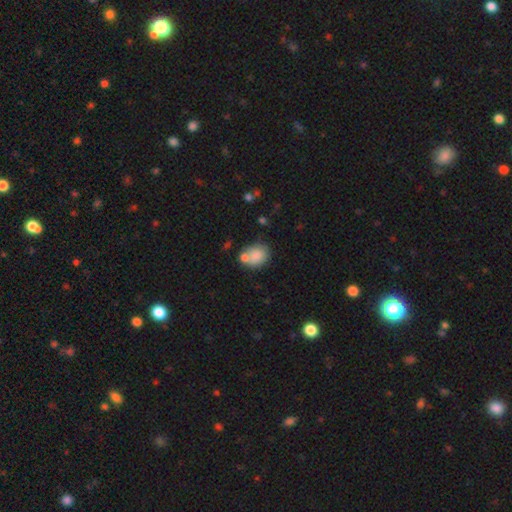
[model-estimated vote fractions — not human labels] Smooth or featured? Predicted: smooth (p=0.80). How rounded? Predicted: round (p=0.53). Merging? Predicted: none (p=0.47).